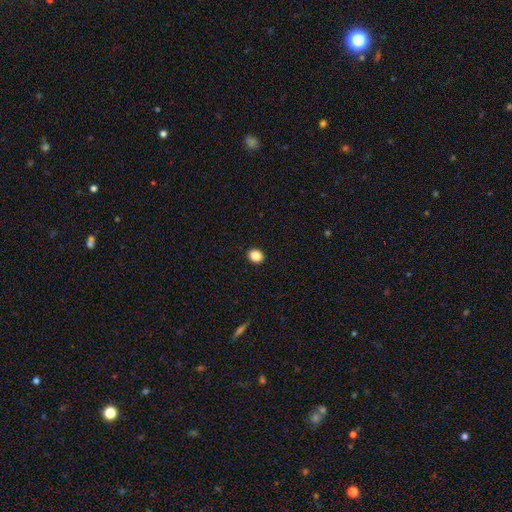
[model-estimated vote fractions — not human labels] Q: Smooth or featured?
A: smooth (86%); runner-up: star or artifact (10%)
Q: How rounded?
A: round (67%); runner-up: in between (32%)
Q: Merging?
A: none (92%); runner-up: minor disturbance (5%)